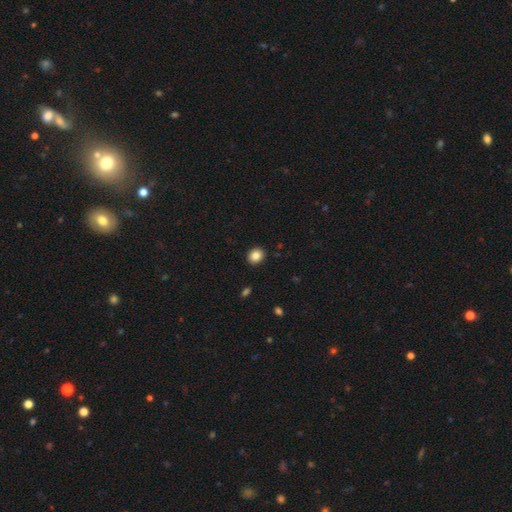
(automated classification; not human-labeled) This is clearly a smooth galaxy (85%). How rounded: likely round (71%). Merging: clearly none (92%).